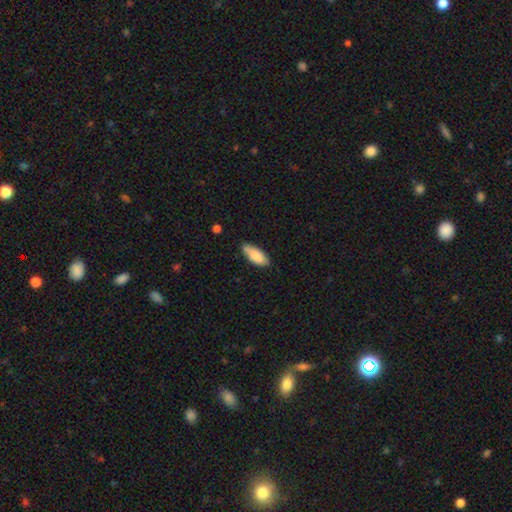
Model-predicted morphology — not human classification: Q: Smooth or featured?
A: smooth (84%); runner-up: featured or disk (10%)
Q: How rounded?
A: in between (78%); runner-up: cigar-shaped (20%)
Q: Merging?
A: none (71%); runner-up: minor disturbance (24%)